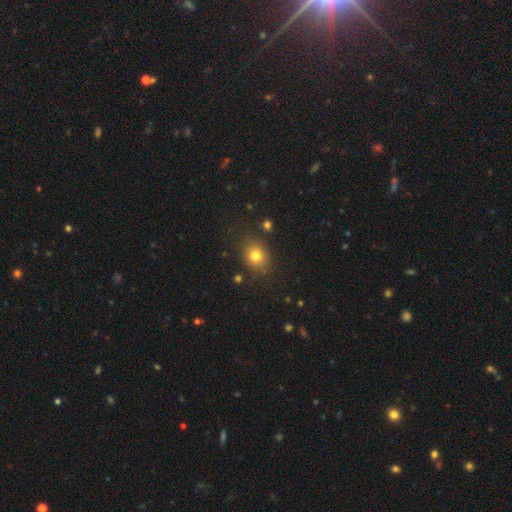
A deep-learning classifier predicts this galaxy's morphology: This is likely a smooth galaxy (78%). How rounded: possibly round (58%). Merging: clearly none (82%).